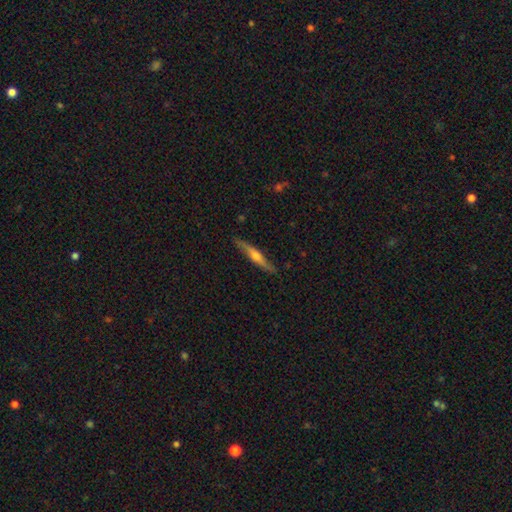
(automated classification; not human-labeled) Q: Smooth or featured?
A: featured or disk (56%); runner-up: smooth (39%)
Q: Edge-on disk?
A: yes (92%); runner-up: no (8%)
Q: Edge-on bulge?
A: rounded (82%); runner-up: none (12%)
Q: Merging?
A: none (86%); runner-up: minor disturbance (11%)